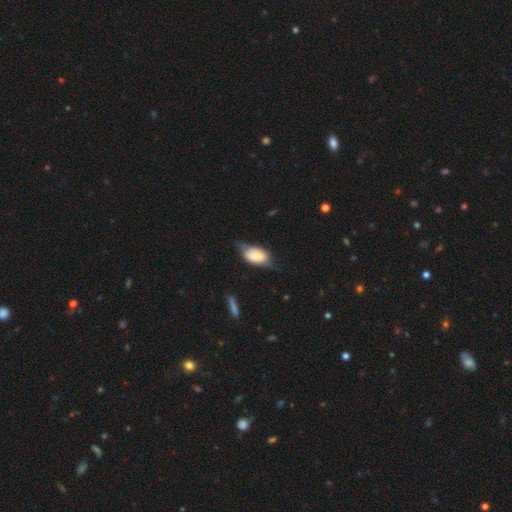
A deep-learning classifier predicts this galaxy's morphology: Smooth or featured? smooth (57%)
How rounded? in between (87%)
Merging? none (43%)